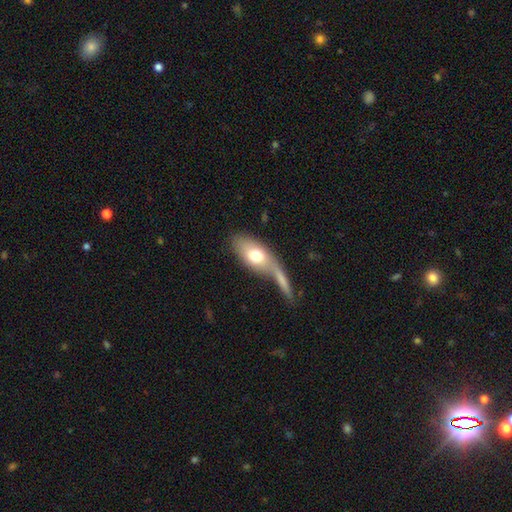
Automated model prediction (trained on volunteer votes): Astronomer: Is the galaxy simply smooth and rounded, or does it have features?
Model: smooth — 69%.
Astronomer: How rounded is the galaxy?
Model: in between — 87%.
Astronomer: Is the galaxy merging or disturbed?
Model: none — 45% (runner-up: merger, 32%).